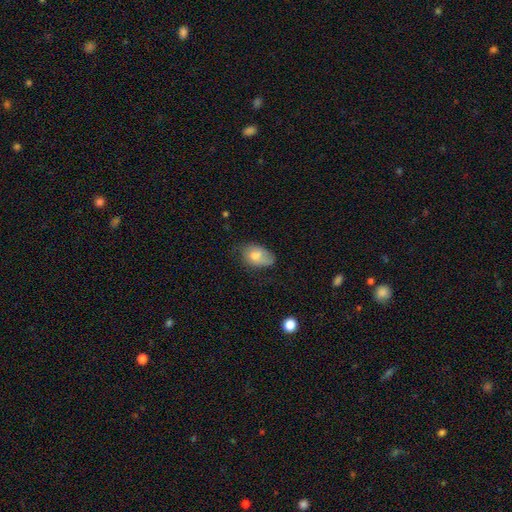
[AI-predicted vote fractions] Smooth or featured? smooth (70%)
How rounded? in between (86%)
Merging? none (50%)